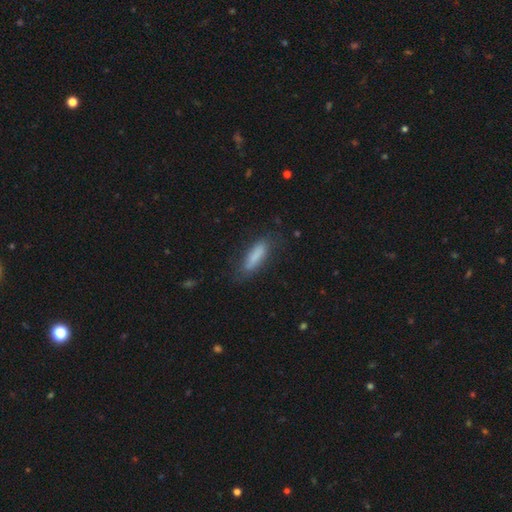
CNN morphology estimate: This appears to be a smooth galaxy with no disk features (78%) that is cigar-shaped (64%). Merging: none (72%).